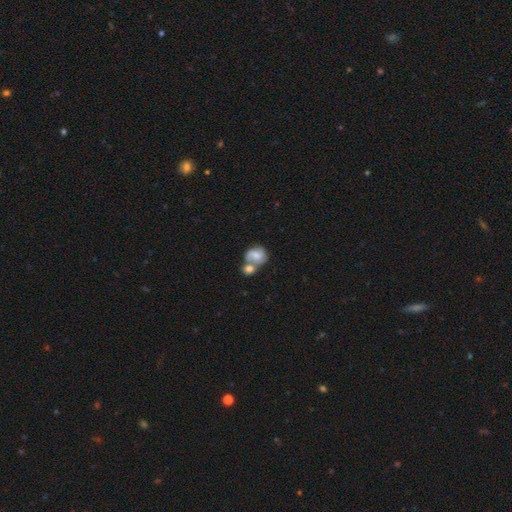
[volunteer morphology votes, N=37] This appears to be a featured or disk galaxy (49%) with no bar (61%), 3 (88%) medium (62%) spiral arms (89%) and a small central bulge (44%). Merging: merger (47%).